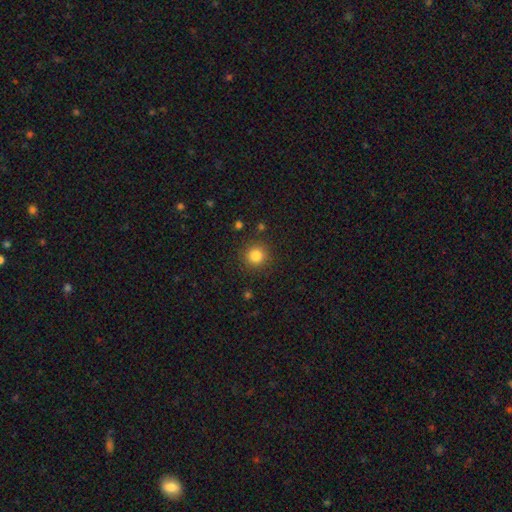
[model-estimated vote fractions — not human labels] Morphology: type=smooth (83%); roundness=round (94%); merging=none (90%).